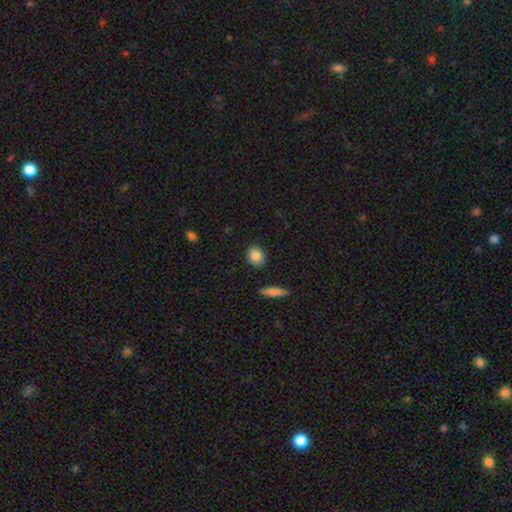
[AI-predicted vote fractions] Smooth or featured?
  - smooth: 87% *
  - star or artifact: 8%
  - featured or disk: 6%
How rounded?
  - round: 68% *
  - in between: 30%
  - cigar-shaped: 2%
Merging?
  - none: 88% *
  - minor disturbance: 8%
  - major disturbance: 2%
  - merger: 2%